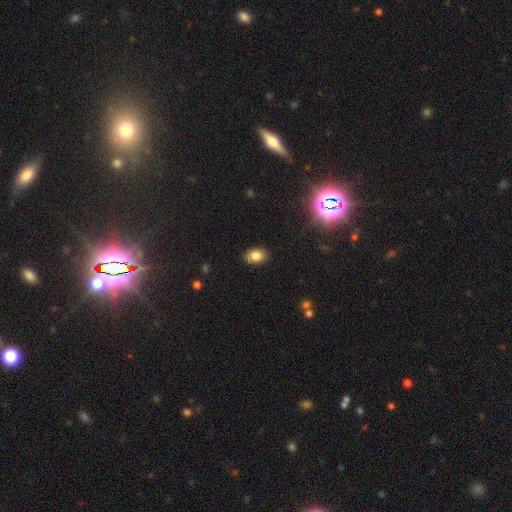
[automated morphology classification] The model was most divided on "how rounded": in between: 83%, round: 16%, cigar-shaped: 1%. More confident: merging — none (89%); smooth or featured — smooth (83%).